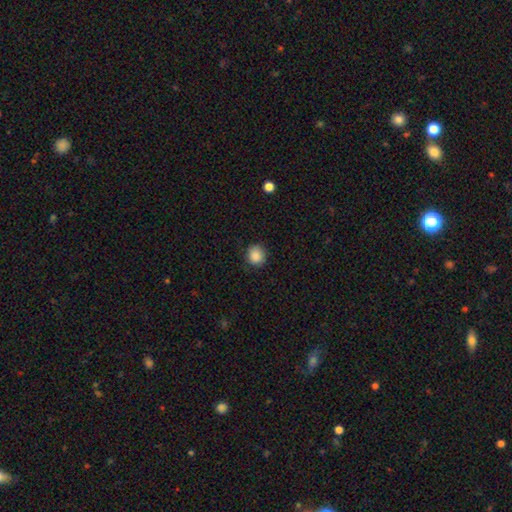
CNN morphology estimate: Smooth or featured: smooth — 88% (star or artifact — 9%)
How rounded: round — 83% (in between — 16%)
Merging: none — 85% (minor disturbance — 11%)